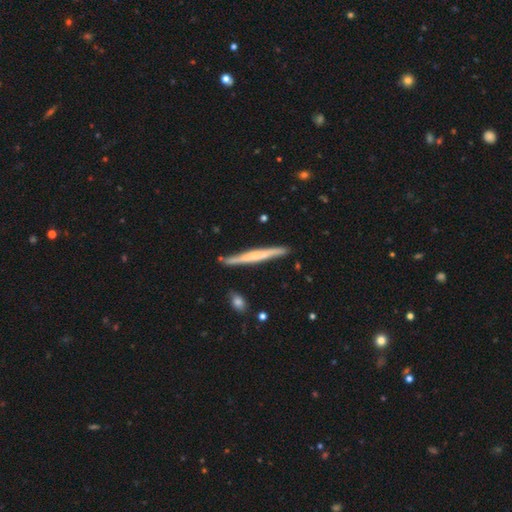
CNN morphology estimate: featured or disk 58%, smooth 37%, star or artifact 5%. Down the decision tree: edge-on disk — yes (96%); edge-on bulge — none (50%); merging — none (86%).